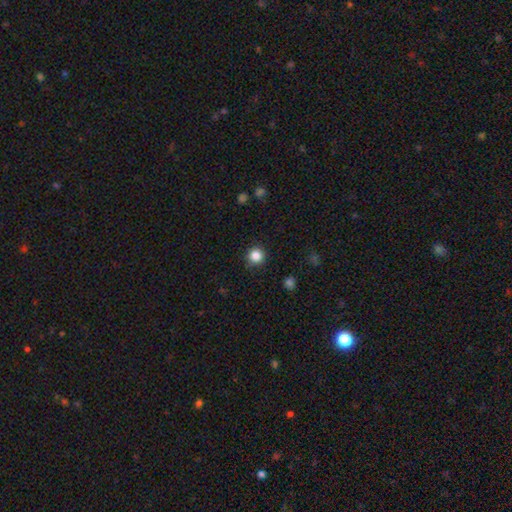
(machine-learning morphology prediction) smooth 85%, star or artifact 11%, featured or disk 4%. Down the decision tree: how rounded — round (94%); merging — none (90%).